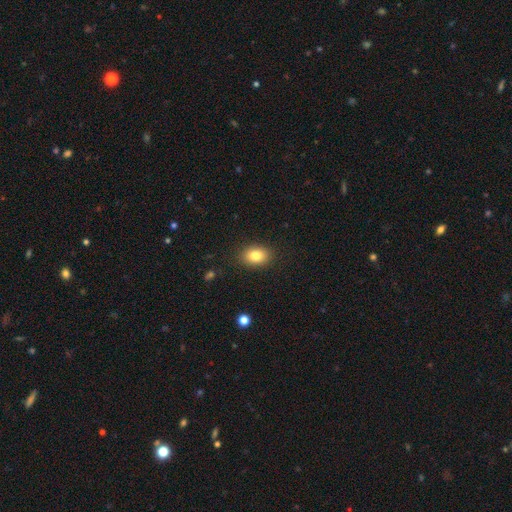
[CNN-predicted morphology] smooth_or_featured: smooth (p=0.82) [alt: star or artifact p=0.09]
how_rounded: in between (p=0.72) [alt: round p=0.26]
merging: none (p=0.88) [alt: minor disturbance p=0.08]